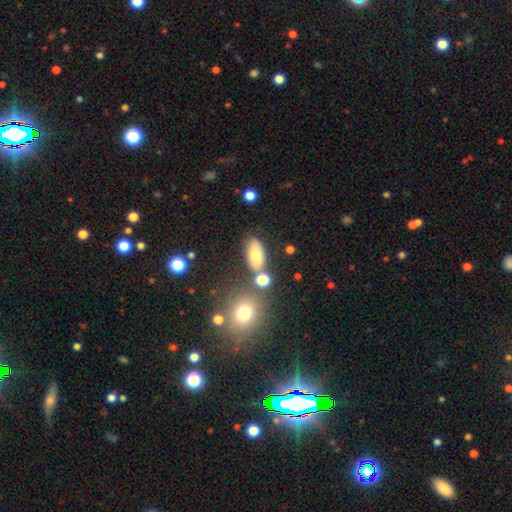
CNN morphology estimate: smooth-or-featured: smooth: 75% | featured or disk: 14% | star or artifact: 11%
  how-rounded: in between: 88% | round: 8% | cigar-shaped: 4%
  merging: none: 71% | minor disturbance: 14% | merger: 10% | major disturbance: 5%